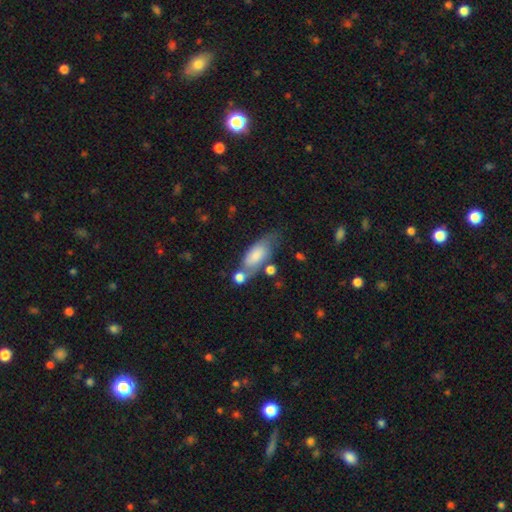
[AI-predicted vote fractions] This appears to be a smooth galaxy with no disk features (60%) that is in between round and cigar-shaped (80%). Merging: none (41%).